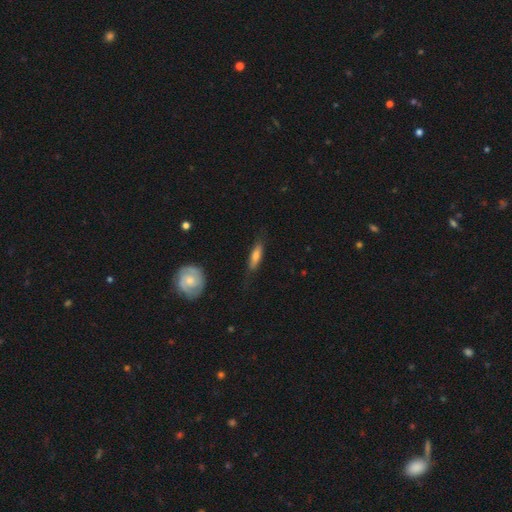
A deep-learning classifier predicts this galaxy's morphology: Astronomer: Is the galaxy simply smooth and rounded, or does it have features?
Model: smooth — 63%.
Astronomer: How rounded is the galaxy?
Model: cigar-shaped — 65%.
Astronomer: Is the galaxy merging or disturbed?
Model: none — 72%.